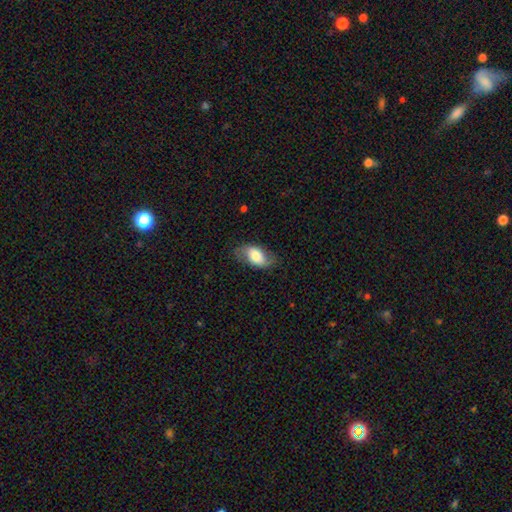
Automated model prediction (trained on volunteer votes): This is likely a smooth galaxy (63%). How rounded: clearly in between (91%). Merging: likely none (71%).